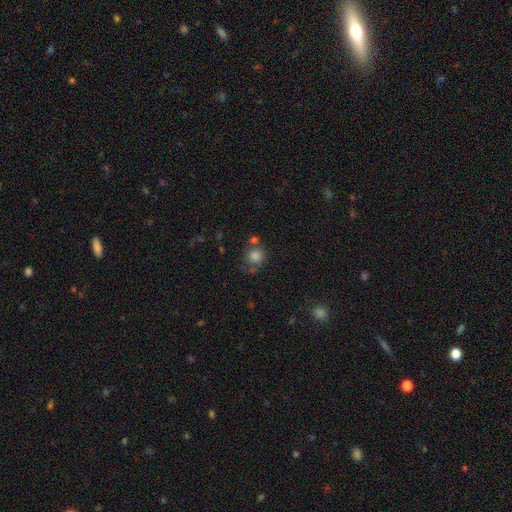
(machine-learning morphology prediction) smooth-or-featured: smooth: 80% | star or artifact: 13% | featured or disk: 8%
  how-rounded: round: 88% | in between: 11% | cigar-shaped: 1%
  merging: none: 61% | minor disturbance: 16% | merger: 15% | major disturbance: 8%